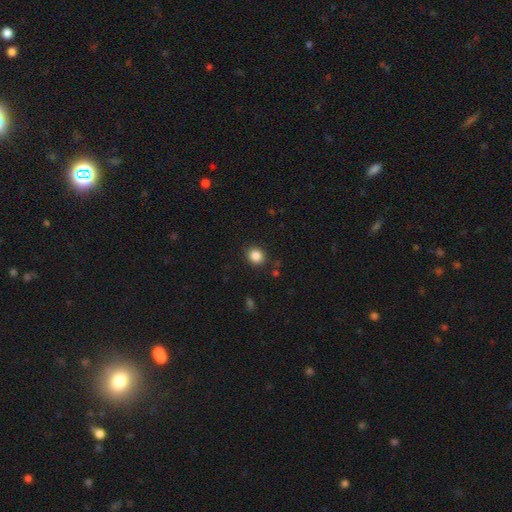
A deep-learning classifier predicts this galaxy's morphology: Q: Smooth or featured?
A: smooth (85%); runner-up: star or artifact (10%)
Q: How rounded?
A: round (76%); runner-up: in between (23%)
Q: Merging?
A: none (88%); runner-up: minor disturbance (8%)